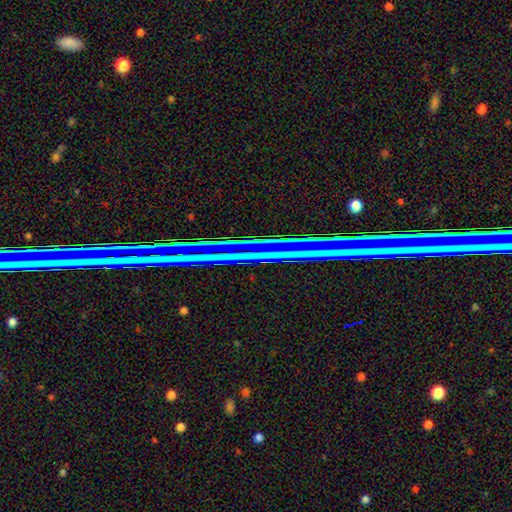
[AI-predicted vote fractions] Morphology: type=star or artifact (73%).